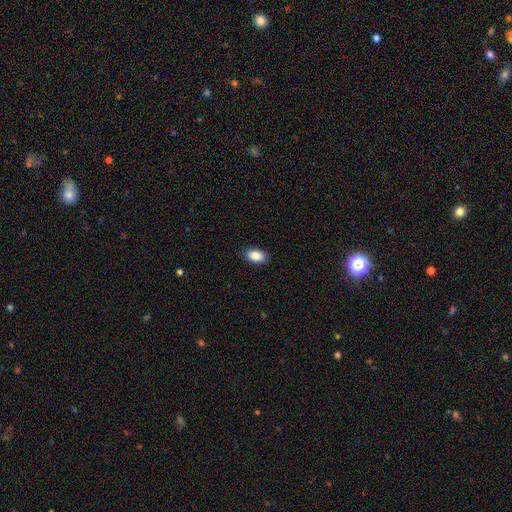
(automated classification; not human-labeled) The model was most divided on "merging": none: 88%, minor disturbance: 9%, major disturbance: 2%, merger: 1%. More confident: how rounded — in between (92%); smooth or featured — smooth (87%).